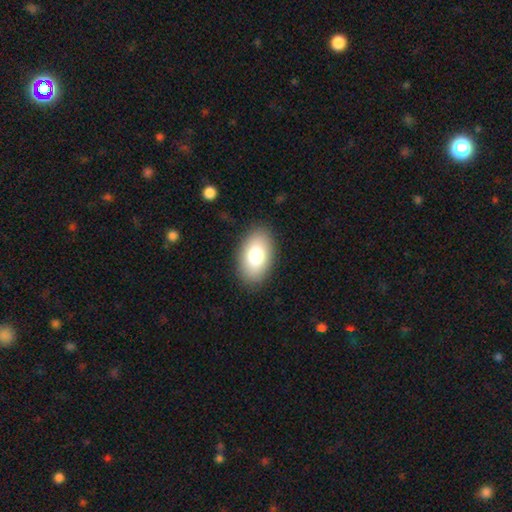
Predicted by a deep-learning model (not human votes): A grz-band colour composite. It shows a smooth galaxy with no disk features (79%) that is in between round and cigar-shaped (93%). Merging: none (88%).